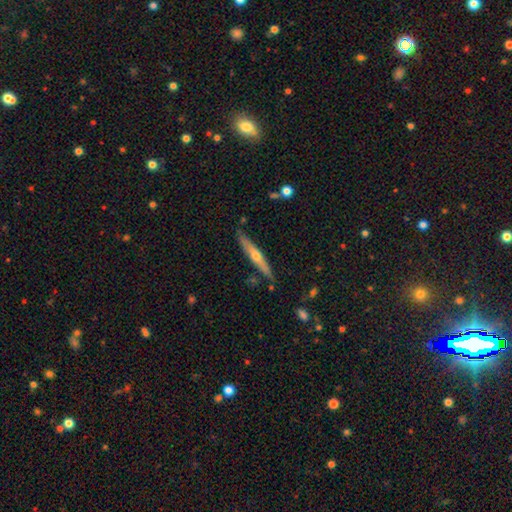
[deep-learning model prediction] Overall: featured or disk (63%; smooth 31%). Edge-on disk: yes (95%). Edge-on bulge: rounded (85%). Merging: none (86%).